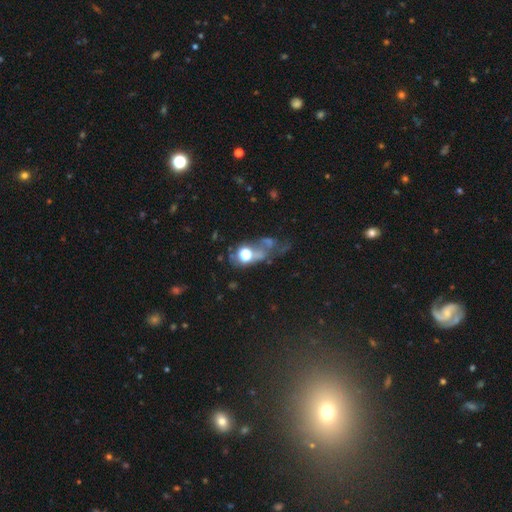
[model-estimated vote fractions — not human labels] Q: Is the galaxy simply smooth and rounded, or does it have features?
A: star or artifact — 40%.